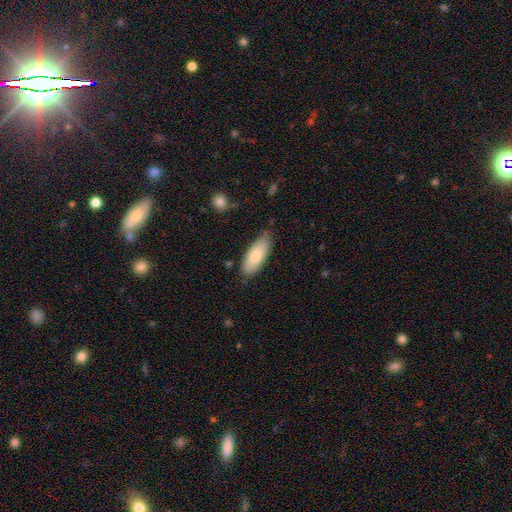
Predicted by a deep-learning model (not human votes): Smooth or featured? smooth (77%)
How rounded? in between (78%)
Merging? none (74%)